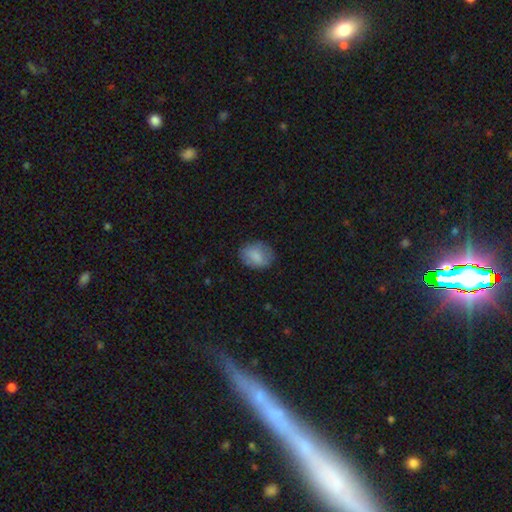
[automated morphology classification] This is clearly a smooth galaxy (82%). How rounded: likely in between (63%). Merging: likely none (79%).